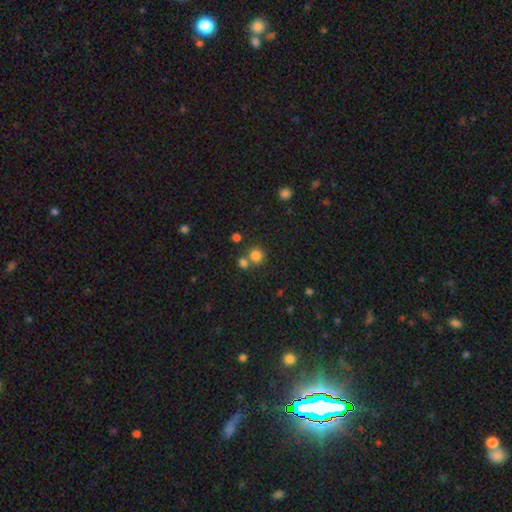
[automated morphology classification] Smooth or featured?
  - smooth: 80% *
  - star or artifact: 14%
  - featured or disk: 6%
How rounded?
  - round: 88% *
  - in between: 11%
  - cigar-shaped: 1%
Merging?
  - none: 61% *
  - merger: 28%
  - minor disturbance: 8%
  - major disturbance: 3%